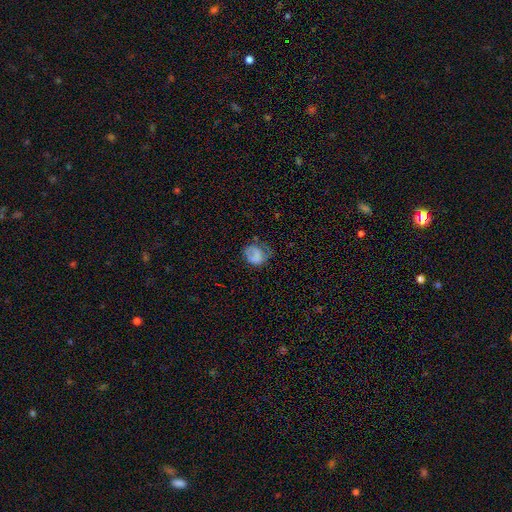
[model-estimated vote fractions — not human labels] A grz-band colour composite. It shows a smooth galaxy with no disk features (64%) that is round (61%). Merging: none (40%).